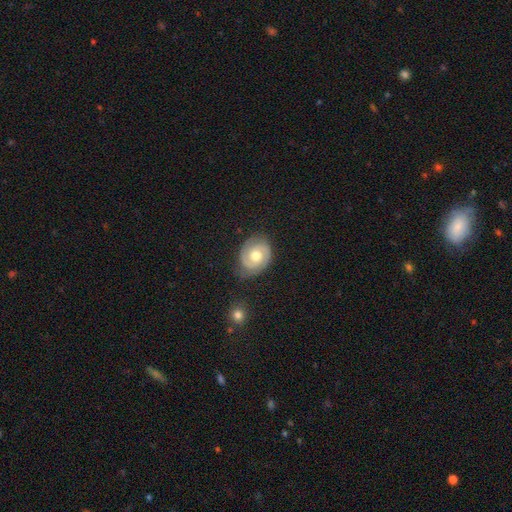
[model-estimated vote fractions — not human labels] featured or disk 79%, smooth 15%, star or artifact 5%. Down the decision tree: edge-on disk — no (98%); bar — no (68%); spiral arms — yes (93%); spiral arm count — 2 (86%); spiral winding — tight (62%); bulge size — moderate (78%); merging — none (76%).